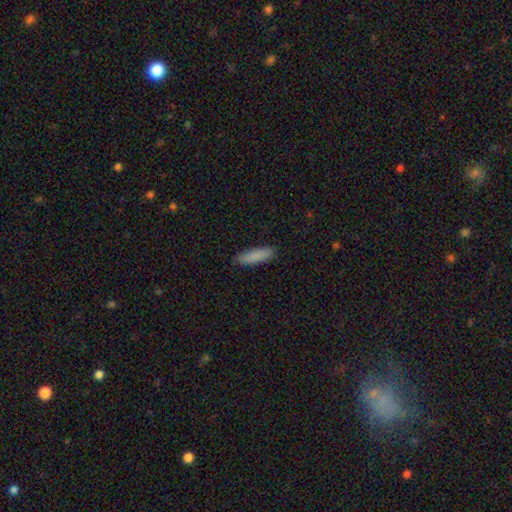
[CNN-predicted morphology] This is clearly a smooth galaxy (87%). How rounded: likely cigar-shaped (71%). Merging: clearly none (88%).